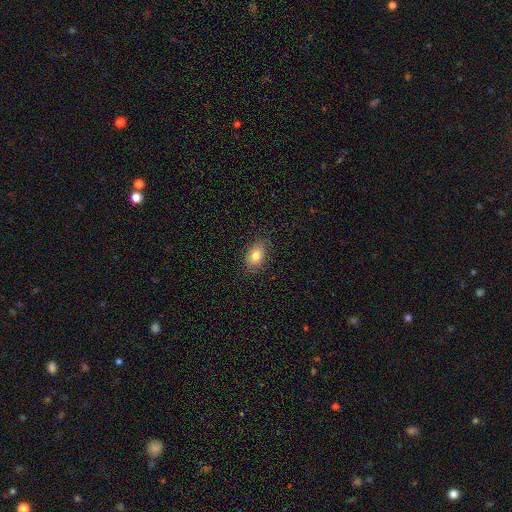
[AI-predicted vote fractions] Smooth or featured? smooth (79%)
How rounded? in between (84%)
Merging? none (83%)